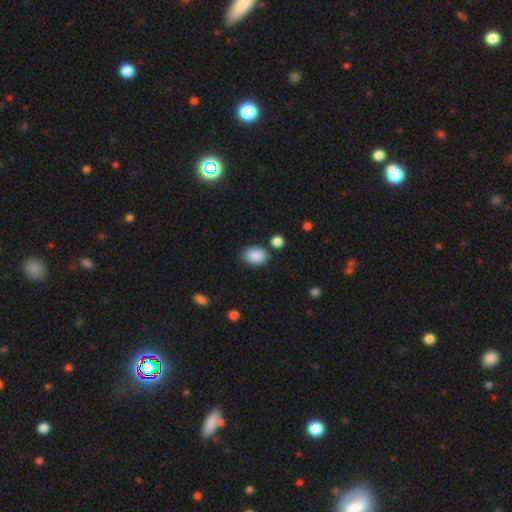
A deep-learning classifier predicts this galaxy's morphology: Smooth or featured? smooth (89%)
How rounded? in between (77%)
Merging? none (79%)